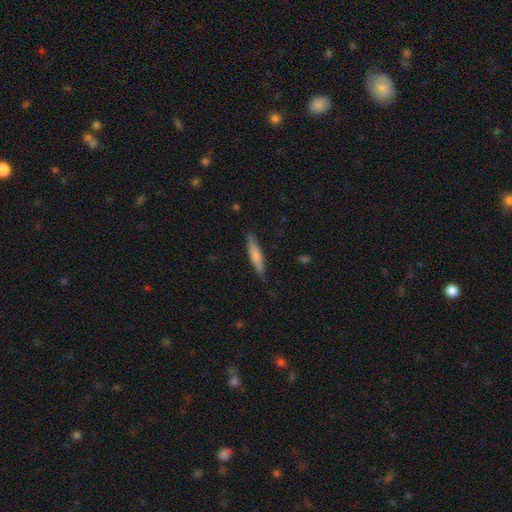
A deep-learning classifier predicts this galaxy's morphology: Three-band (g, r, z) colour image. It shows a smooth galaxy with no disk features (73%) that is cigar-shaped (86%). Merging: none (82%).